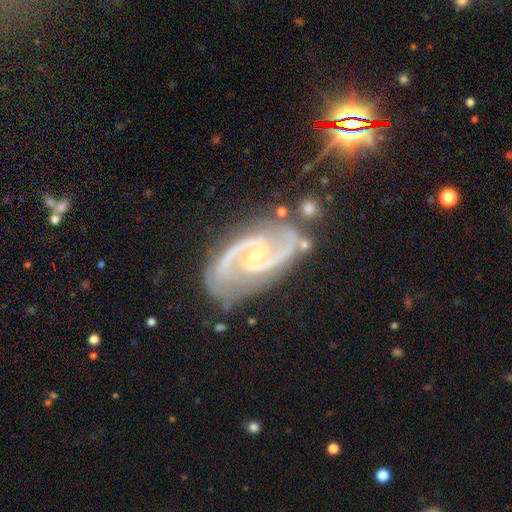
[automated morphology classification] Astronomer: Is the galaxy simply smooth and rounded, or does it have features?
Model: featured or disk — 92%.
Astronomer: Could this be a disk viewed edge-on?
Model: no — 97%.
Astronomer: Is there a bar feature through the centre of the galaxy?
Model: no — 50% (runner-up: weak, 35%).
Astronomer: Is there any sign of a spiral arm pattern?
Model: yes — 99%.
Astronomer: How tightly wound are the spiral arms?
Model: medium — 60%.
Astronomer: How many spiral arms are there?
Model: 2 — 91%.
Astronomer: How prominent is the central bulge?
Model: small — 76%.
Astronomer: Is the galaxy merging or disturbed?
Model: none — 71%.